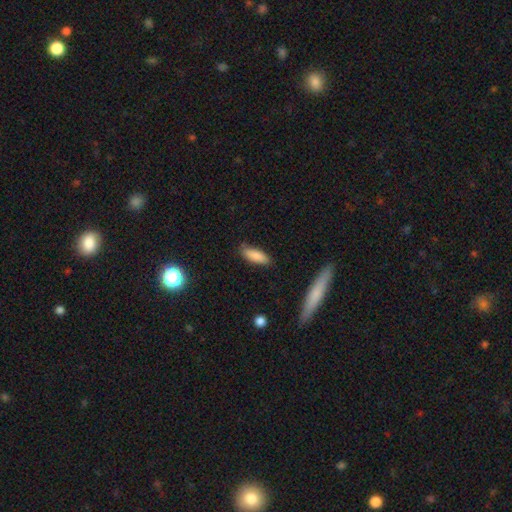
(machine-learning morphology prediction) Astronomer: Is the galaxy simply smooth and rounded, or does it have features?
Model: smooth — 86%.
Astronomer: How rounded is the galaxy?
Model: in between — 66%.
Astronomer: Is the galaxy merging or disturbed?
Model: none — 80%.